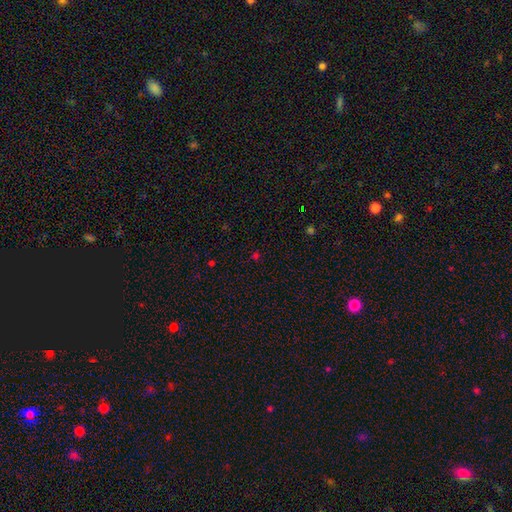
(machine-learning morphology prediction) Smooth or featured? Predicted: star or artifact (p=0.56).